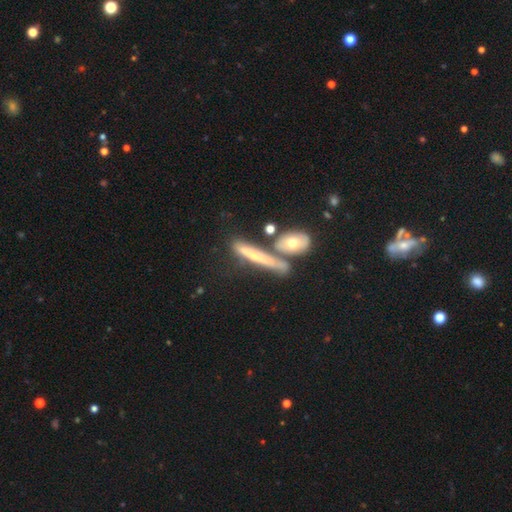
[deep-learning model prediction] Q: Smooth or featured?
A: featured or disk (50%); runner-up: smooth (42%)
Q: Edge-on disk?
A: yes (77%); runner-up: no (23%)
Q: Merging?
A: none (48%); runner-up: merger (26%)